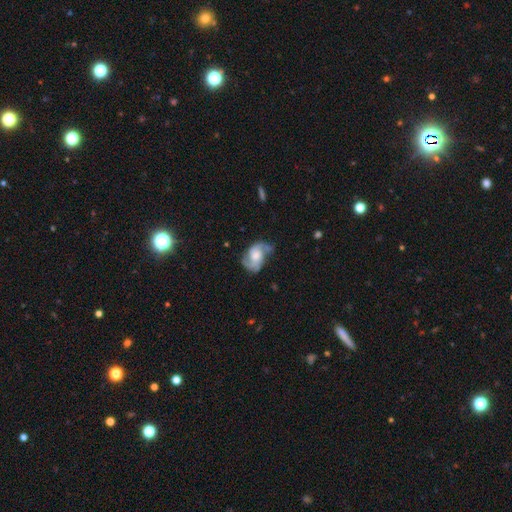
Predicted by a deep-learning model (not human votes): Smooth or featured?
  - featured or disk: 79% *
  - smooth: 15%
  - star or artifact: 6%
Edge-on disk?
  - no: 97% *
  - yes: 3%
Bar?
  - no: 63% *
  - weak: 32%
  - strong: 6%
Spiral arms?
  - yes: 94% *
  - no: 6%
Spiral winding?
  - medium: 48% *
  - loose: 30%
  - tight: 22%
Spiral arm count?
  - 2: 78% *
  - 3: 9%
  - can't tell: 7%
  - 1: 3%
  - 4: 2%
  - more than 4: 2%
Bulge size?
  - moderate: 43% *
  - small: 24%
  - large: 20%
  - none: 11%
  - dominant: 2%
Merging?
  - none: 59% *
  - minor disturbance: 24%
  - major disturbance: 14%
  - merger: 3%